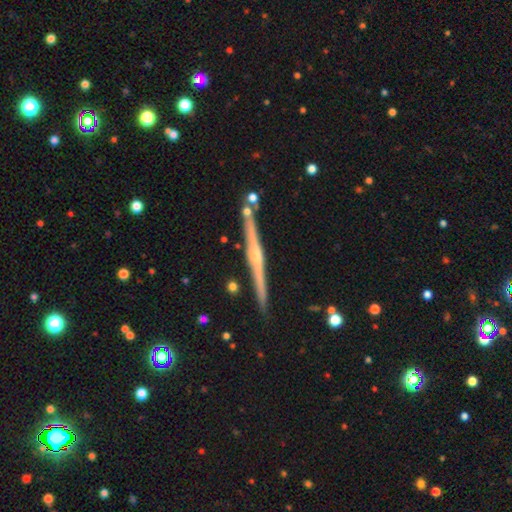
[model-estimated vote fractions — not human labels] Smooth or featured?
  - featured or disk: 80% *
  - smooth: 14%
  - star or artifact: 6%
Edge-on disk?
  - yes: 98% *
  - no: 2%
Edge-on bulge?
  - rounded: 77% *
  - none: 16%
  - boxy: 8%
Merging?
  - none: 88% *
  - minor disturbance: 8%
  - merger: 3%
  - major disturbance: 2%